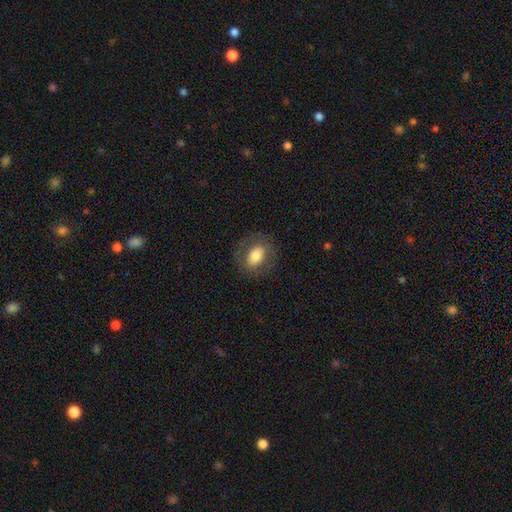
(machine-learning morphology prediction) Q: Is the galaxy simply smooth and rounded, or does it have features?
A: smooth — 71%.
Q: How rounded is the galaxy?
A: in between — 59%.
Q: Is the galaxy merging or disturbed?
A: none — 81%.